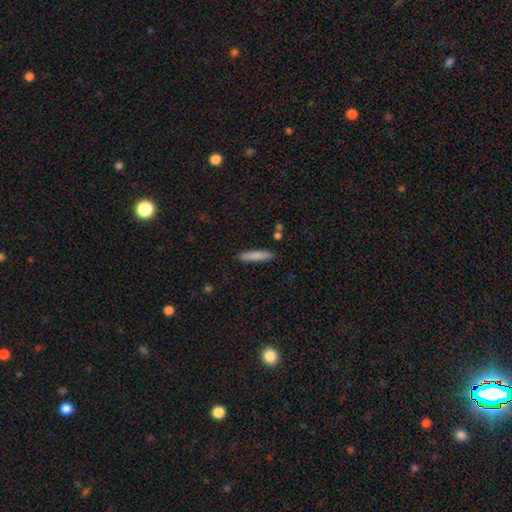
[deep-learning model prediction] This appears to be a smooth galaxy with no disk features (82%) that is cigar-shaped (90%). Merging: none (89%).